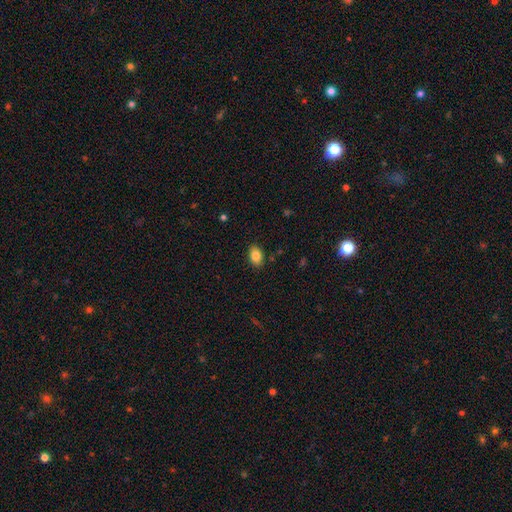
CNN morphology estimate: A smooth galaxy with no disk features (84%) that is in between round and cigar-shaped (87%). Merging: none (88%).